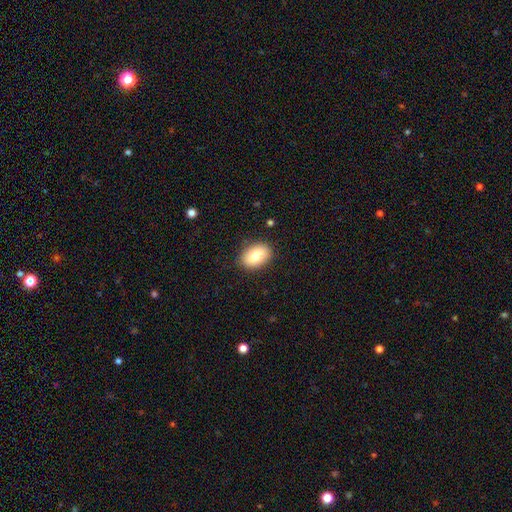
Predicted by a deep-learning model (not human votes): Smooth or featured? Predicted: smooth (p=0.80). How rounded? Predicted: in between (p=0.82). Merging? Predicted: none (p=0.86).